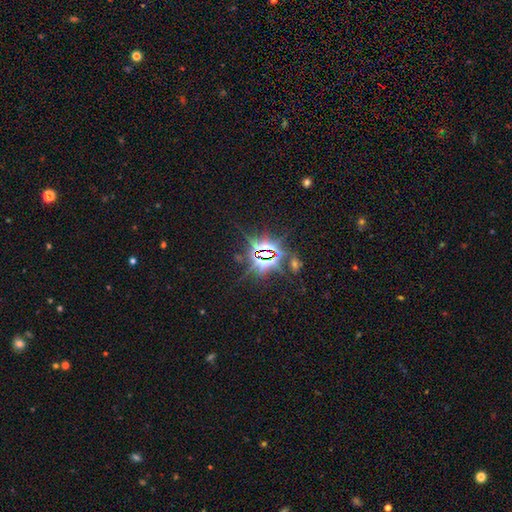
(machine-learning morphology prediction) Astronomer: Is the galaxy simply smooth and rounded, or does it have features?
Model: star or artifact — 85%.